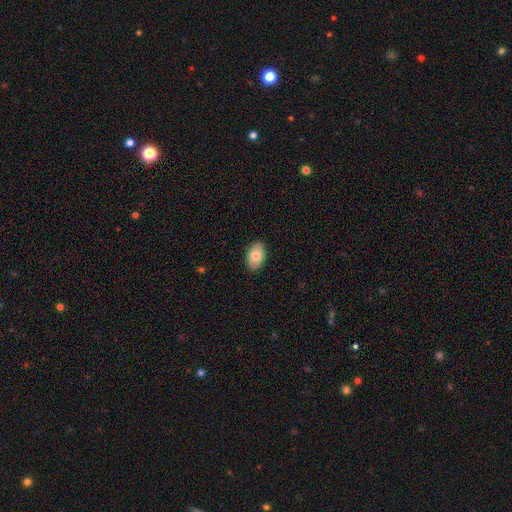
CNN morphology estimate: type=smooth (79%); roundness=in between (91%); merging=none (88%).